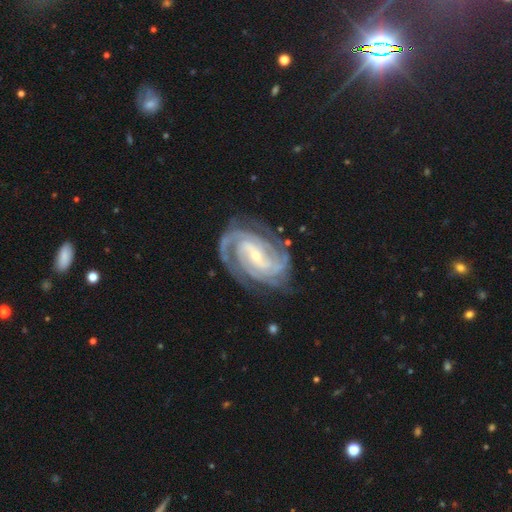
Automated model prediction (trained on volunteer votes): featured or disk 93%, star or artifact 4%, smooth 3%. Down the decision tree: edge-on disk — no (97%); bar — weak (41%); spiral arms — yes (99%); spiral arm count — 2 (28%, tied with 3); spiral winding — tight (71%); bulge size — small (72%); merging — none (76%).